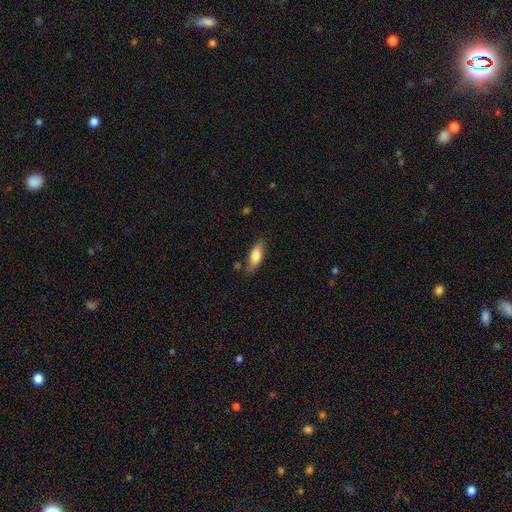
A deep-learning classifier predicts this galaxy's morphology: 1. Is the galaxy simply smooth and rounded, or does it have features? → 76% smooth, 18% featured or disk, 6% star or artifact.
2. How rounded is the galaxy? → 67% in between, 31% cigar-shaped, 2% round.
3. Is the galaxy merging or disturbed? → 76% none, 17% minor disturbance, 4% merger, 3% major disturbance.